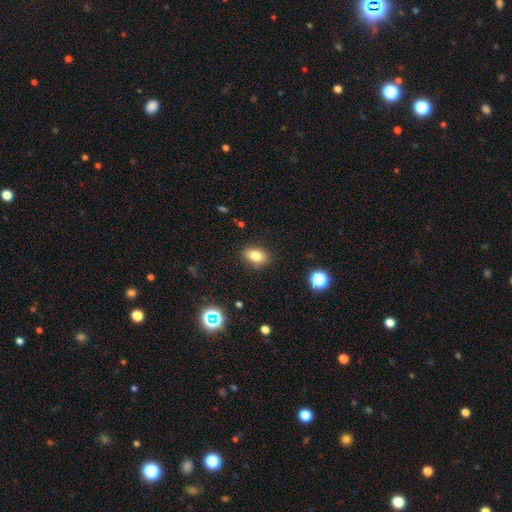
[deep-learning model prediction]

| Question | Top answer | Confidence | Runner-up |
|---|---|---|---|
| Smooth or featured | smooth | 80% | star or artifact (11%) |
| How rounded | in between | 78% | round (20%) |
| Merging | none | 86% | minor disturbance (10%) |